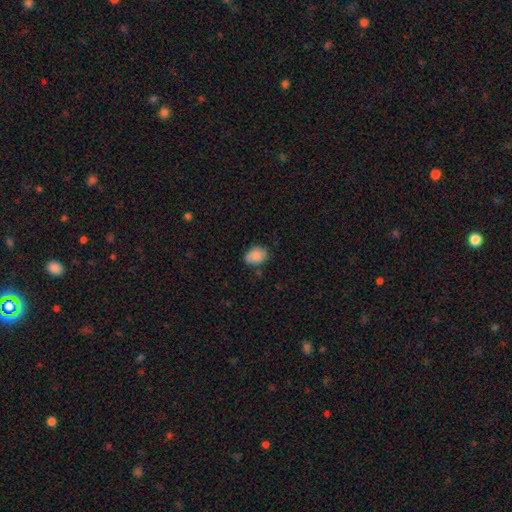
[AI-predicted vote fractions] A smooth galaxy with no disk features (80%) that is in between round and cigar-shaped (70%).

Vote fractions:
- Smooth or featured? smooth: 80% / featured or disk: 12% / star or artifact: 8%
- How rounded? in between: 70% / round: 29% / cigar-shaped: 1%
- Merging? none: 67% / minor disturbance: 26% / major disturbance: 5% / merger: 3%